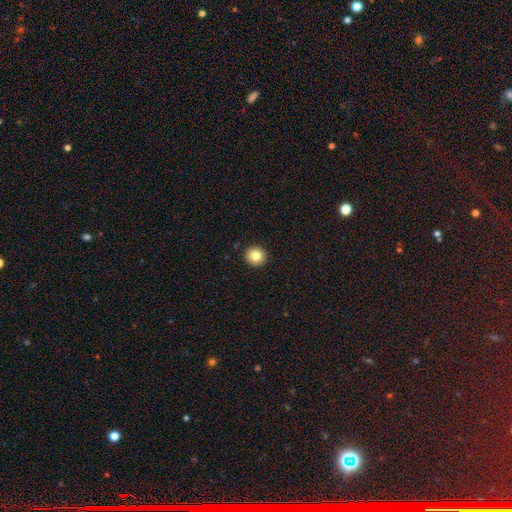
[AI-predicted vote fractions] Morphology: type=smooth (82%); roundness=round (93%); merging=none (93%).